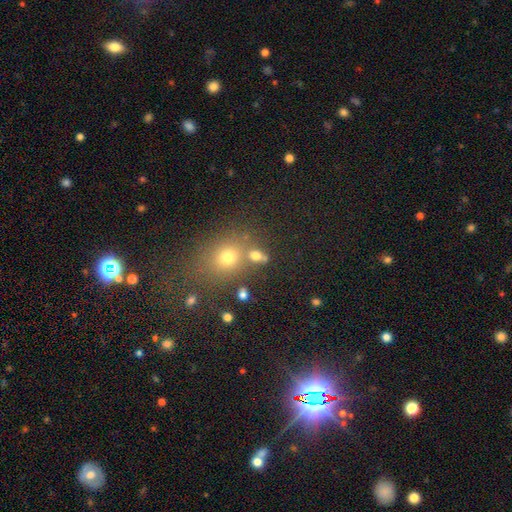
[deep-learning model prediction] A smooth galaxy with no disk features (70%) that is in between round and cigar-shaped (49%). Merging: none (58%).